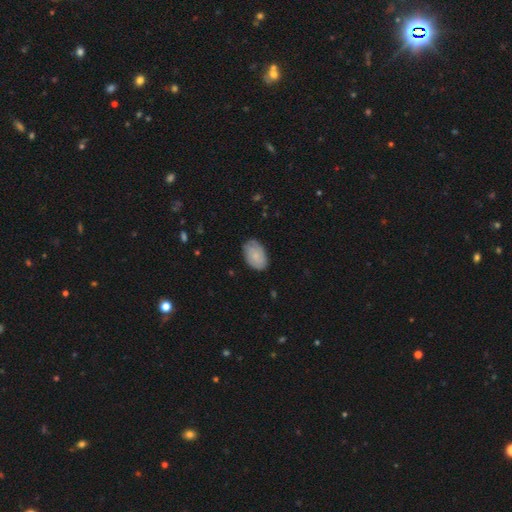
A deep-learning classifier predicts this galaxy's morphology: Smooth or featured? smooth (70%)
How rounded? in between (91%)
Merging? none (79%)